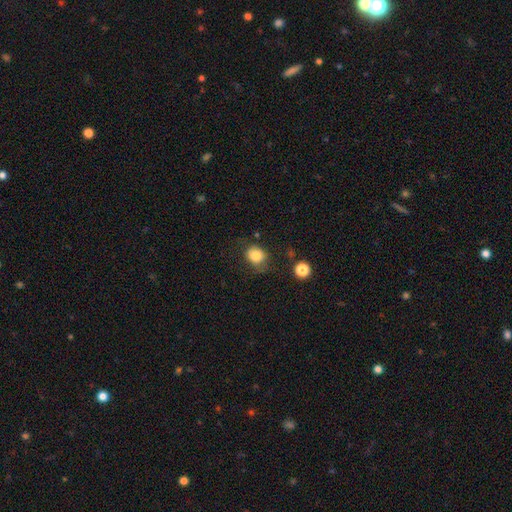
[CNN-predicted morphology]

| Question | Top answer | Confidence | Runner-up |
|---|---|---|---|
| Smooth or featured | smooth | 83% | star or artifact (10%) |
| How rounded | round | 66% | in between (34%) |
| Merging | none | 61% | minor disturbance (25%) |